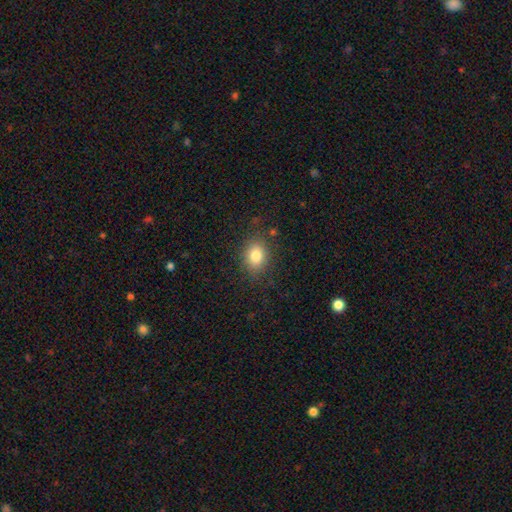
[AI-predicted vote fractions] Smooth or featured: smooth — 81% (star or artifact — 10%)
How rounded: in between — 57% (round — 42%)
Merging: none — 83% (minor disturbance — 12%)